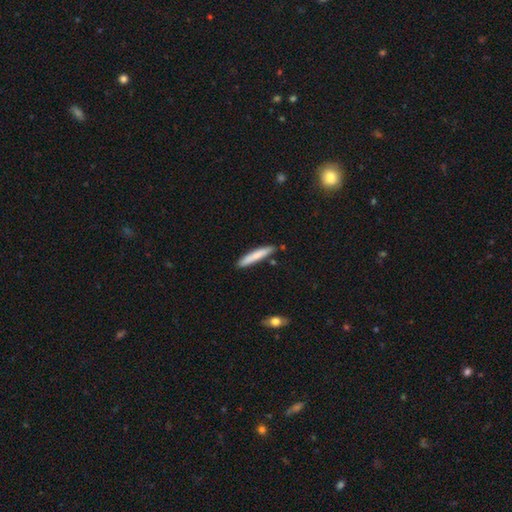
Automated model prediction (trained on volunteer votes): A smooth galaxy with no disk features (76%) that is cigar-shaped (92%). Merging: none (86%).